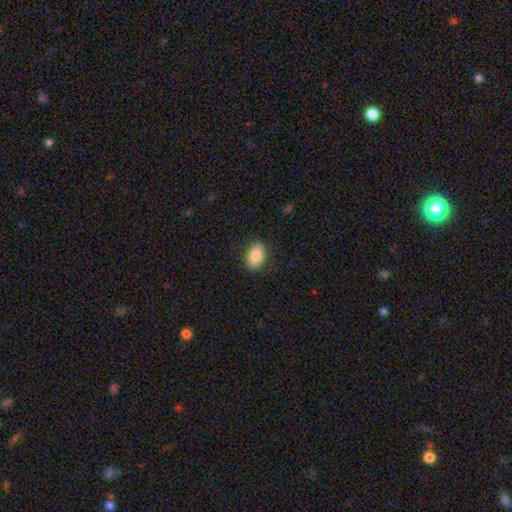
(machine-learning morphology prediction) A smooth galaxy with no disk features (82%) that is in between round and cigar-shaped (88%).

Vote fractions:
- Smooth or featured? smooth: 82% / featured or disk: 11% / star or artifact: 7%
- How rounded? in between: 88% / round: 10% / cigar-shaped: 2%
- Merging? none: 86% / minor disturbance: 11% / major disturbance: 2% / merger: 1%